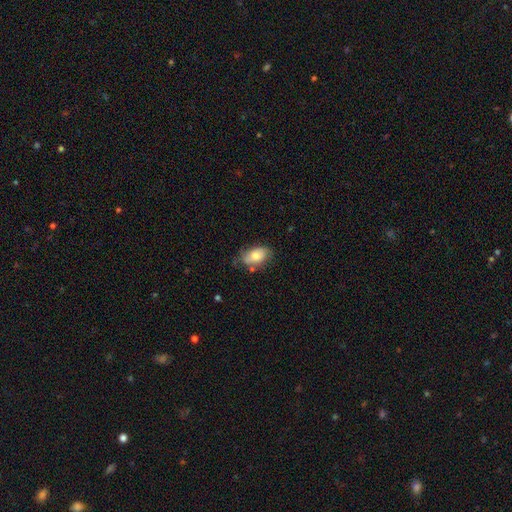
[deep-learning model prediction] Smooth or featured?
  - smooth: 69% *
  - featured or disk: 24%
  - star or artifact: 7%
How rounded?
  - in between: 90% *
  - round: 8%
  - cigar-shaped: 2%
Merging?
  - none: 61% *
  - minor disturbance: 28%
  - major disturbance: 7%
  - merger: 4%